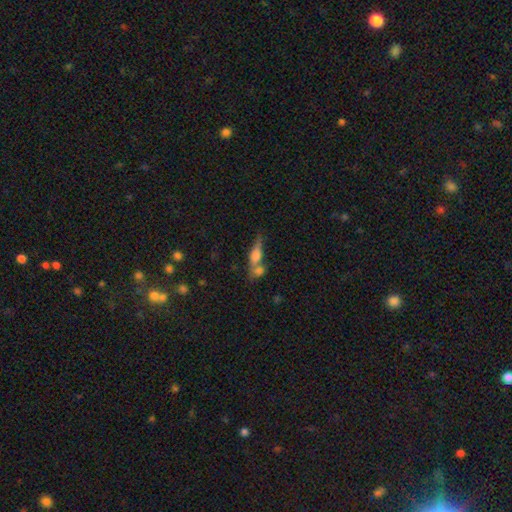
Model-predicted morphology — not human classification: smooth_or_featured: smooth (p=0.53) [alt: featured or disk p=0.37]
how_rounded: cigar-shaped (p=0.48) [alt: in between p=0.44]
merging: merger (p=0.43) [alt: none p=0.35]